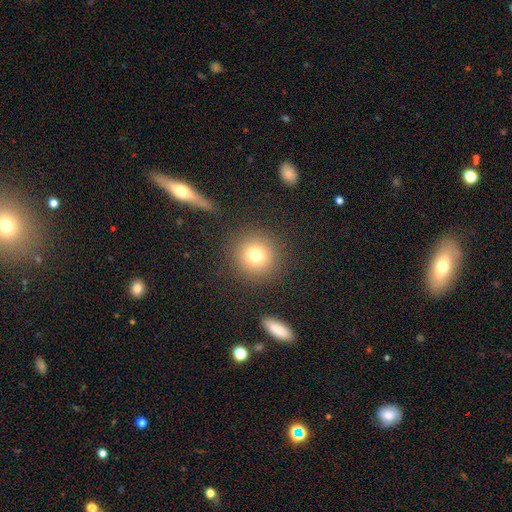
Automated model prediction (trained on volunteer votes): Smooth or featured? smooth (75%)
How rounded? round (94%)
Merging? none (89%)